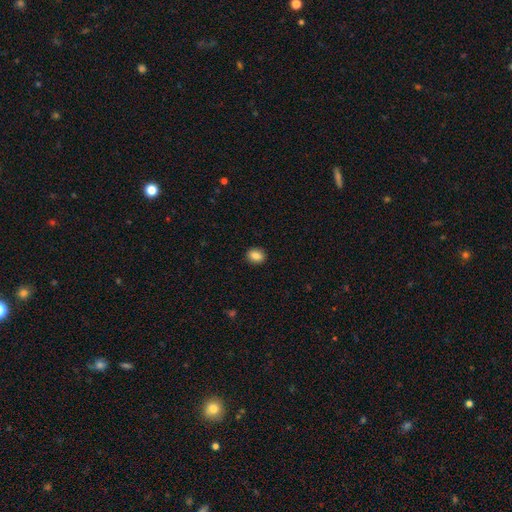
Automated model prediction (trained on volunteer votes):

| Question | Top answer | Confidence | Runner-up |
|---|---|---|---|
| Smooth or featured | smooth | 86% | star or artifact (9%) |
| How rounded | round | 50% | in between (49%) |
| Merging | none | 91% | minor disturbance (7%) |